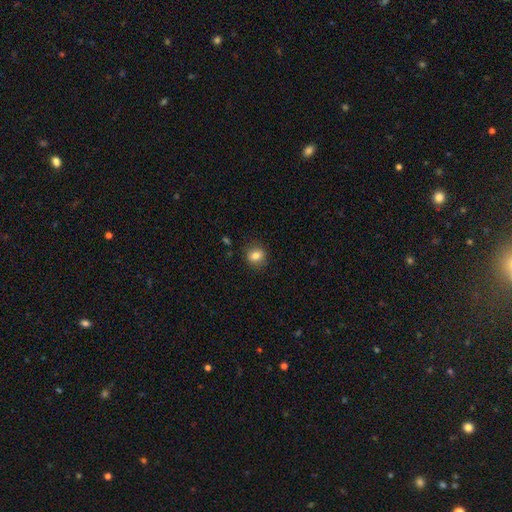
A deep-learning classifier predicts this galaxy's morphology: smooth-or-featured: smooth: 81% | star or artifact: 10% | featured or disk: 9%
  how-rounded: round: 68% | in between: 31% | cigar-shaped: 1%
  merging: none: 86% | minor disturbance: 10% | major disturbance: 3% | merger: 1%